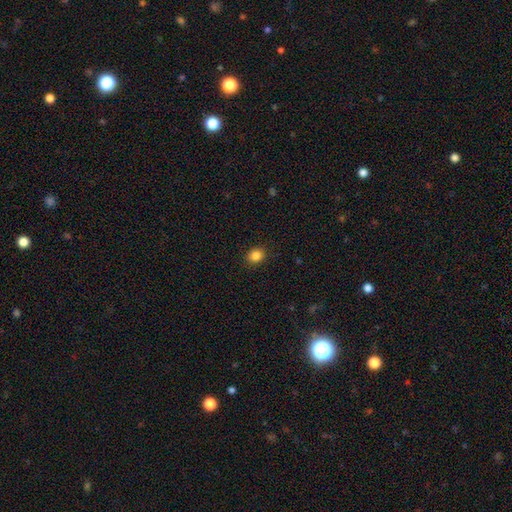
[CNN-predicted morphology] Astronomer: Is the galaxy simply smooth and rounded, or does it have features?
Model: smooth — 85%.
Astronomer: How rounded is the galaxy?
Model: round — 65%.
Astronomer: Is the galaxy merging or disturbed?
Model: none — 90%.